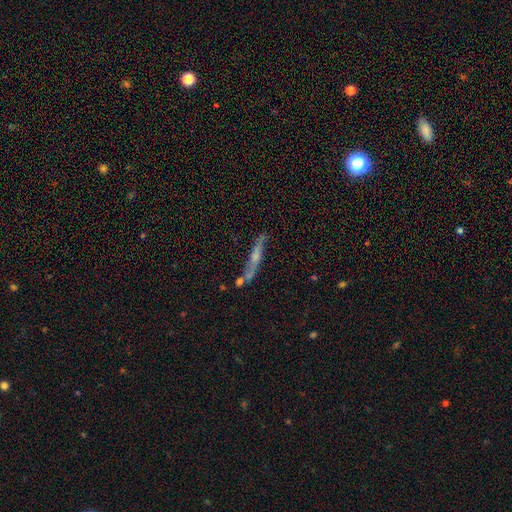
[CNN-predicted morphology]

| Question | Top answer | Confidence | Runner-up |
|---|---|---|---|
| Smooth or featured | featured or disk | 57% | smooth (34%) |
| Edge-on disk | yes | 83% | no (17%) |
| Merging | none | 60% | minor disturbance (18%) |